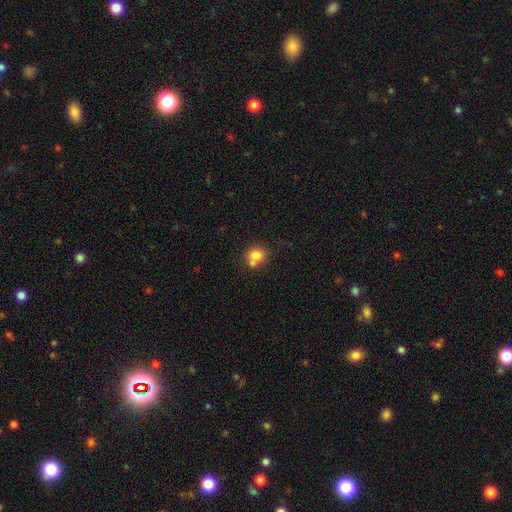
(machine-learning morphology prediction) Q: Smooth or featured?
A: smooth (79%); runner-up: featured or disk (11%)
Q: How rounded?
A: round (77%); runner-up: in between (22%)
Q: Merging?
A: none (49%); runner-up: merger (35%)